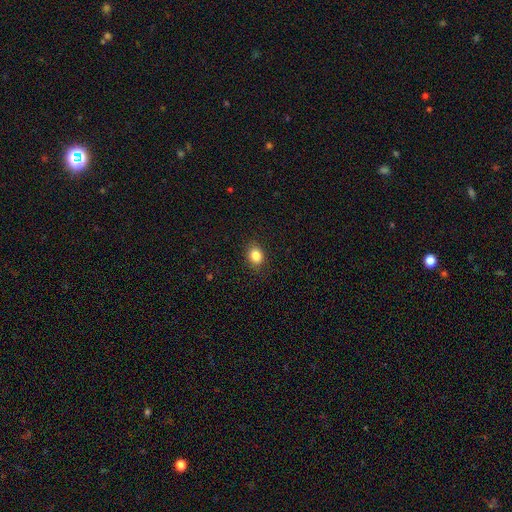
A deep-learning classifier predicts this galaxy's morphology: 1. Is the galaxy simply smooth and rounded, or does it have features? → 85% smooth, 10% star or artifact, 5% featured or disk.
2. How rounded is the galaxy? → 59% in between, 40% round, 1% cigar-shaped.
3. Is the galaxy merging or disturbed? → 87% none, 9% minor disturbance, 3% major disturbance, 1% merger.